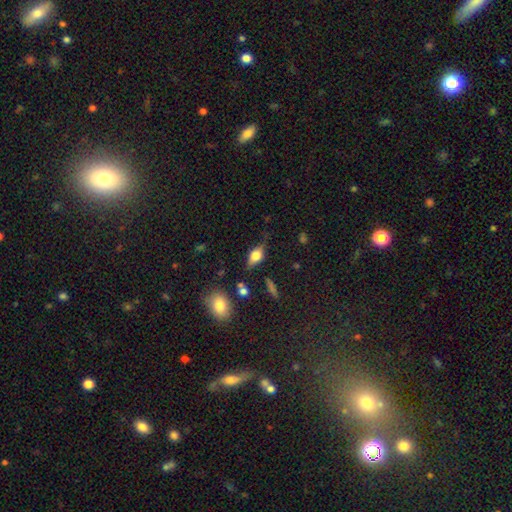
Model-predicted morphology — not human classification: This appears to be a smooth galaxy with no disk features (54%) that is in between round and cigar-shaped (77%). Merging: none (68%).